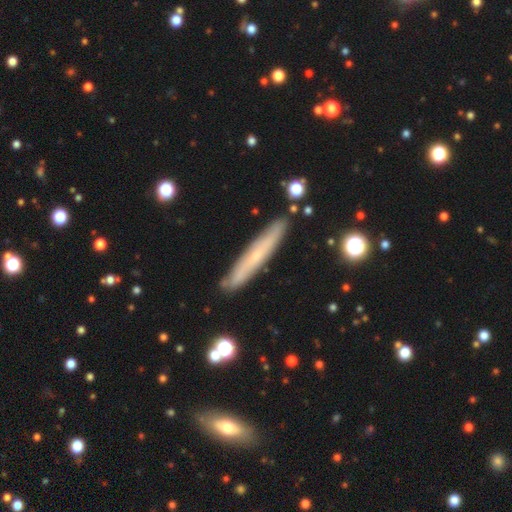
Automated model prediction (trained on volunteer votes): Q: Smooth or featured?
A: featured or disk (47%); runner-up: smooth (46%)
Q: Merging?
A: none (87%); runner-up: minor disturbance (10%)